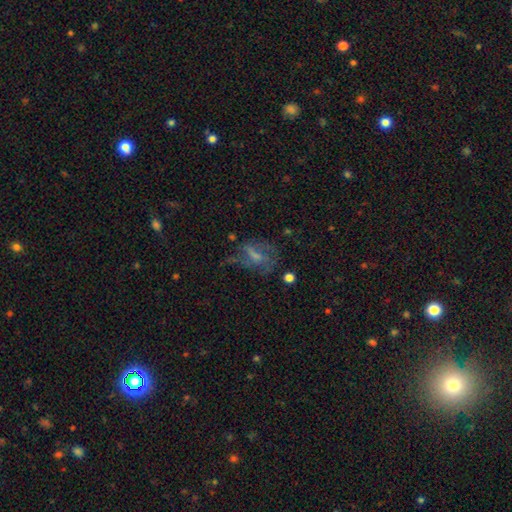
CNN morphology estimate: Smooth or featured?
  - featured or disk: 51% *
  - smooth: 34%
  - star or artifact: 15%
Edge-on disk?
  - no: 95% *
  - yes: 5%
Merging?
  - major disturbance: 38% *
  - none: 36%
  - minor disturbance: 21%
  - merger: 4%